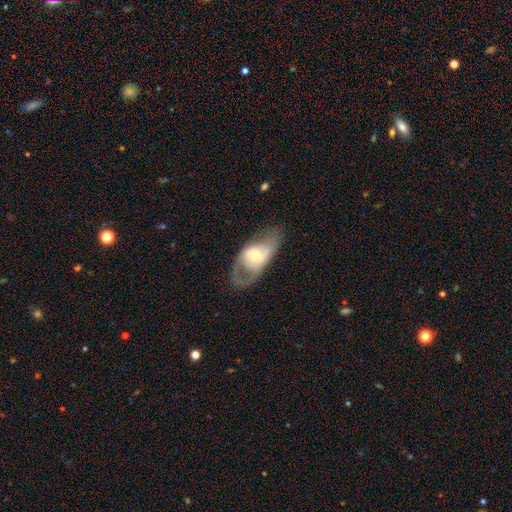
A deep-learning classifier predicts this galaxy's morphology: Overall: featured or disk (65%; smooth 29%). Edge-on disk: no (88%). Bar: no (60%; weak 28%). Spiral arms: yes (54%; no 46%). Bulge size: moderate (63%; small 24%). Merging: none (61%).